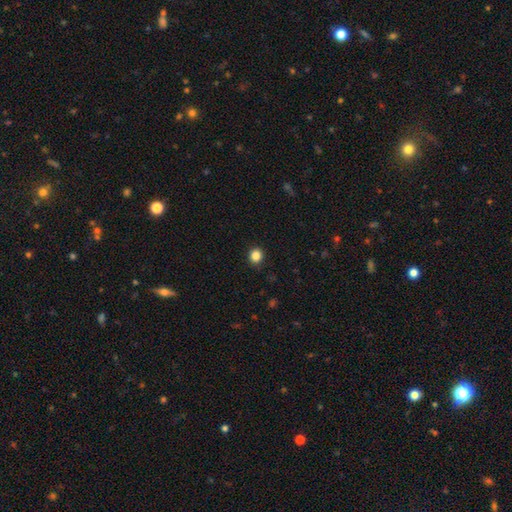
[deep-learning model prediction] This is clearly a smooth galaxy (85%). How rounded: clearly round (83%). Merging: clearly none (91%).